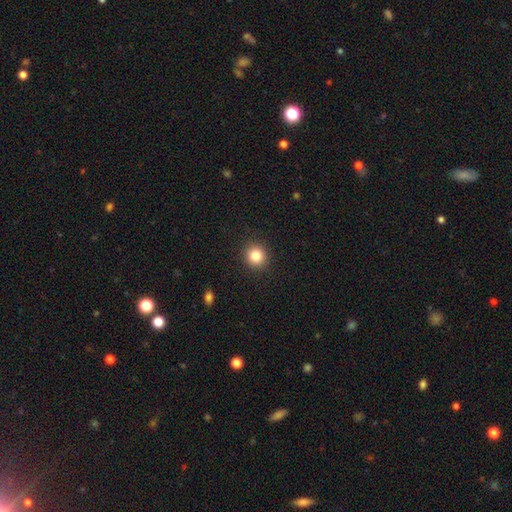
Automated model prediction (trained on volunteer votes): The model was most divided on "smooth or featured": smooth: 84%, star or artifact: 10%, featured or disk: 6%. More confident: merging — none (91%); how rounded — round (91%).